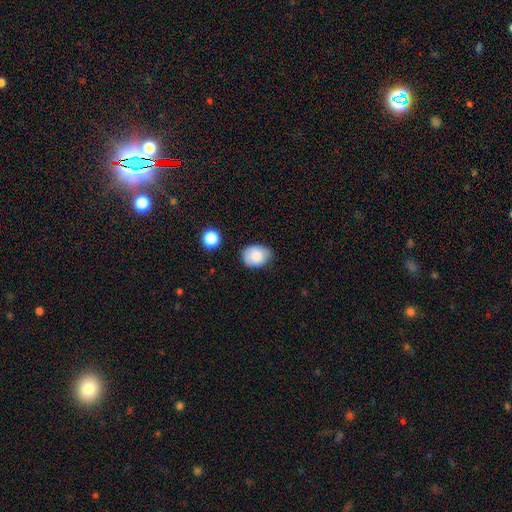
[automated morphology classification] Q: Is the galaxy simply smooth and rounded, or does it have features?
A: smooth — 83%.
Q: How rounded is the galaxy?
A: in between — 60%.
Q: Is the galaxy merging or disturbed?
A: none — 68%.